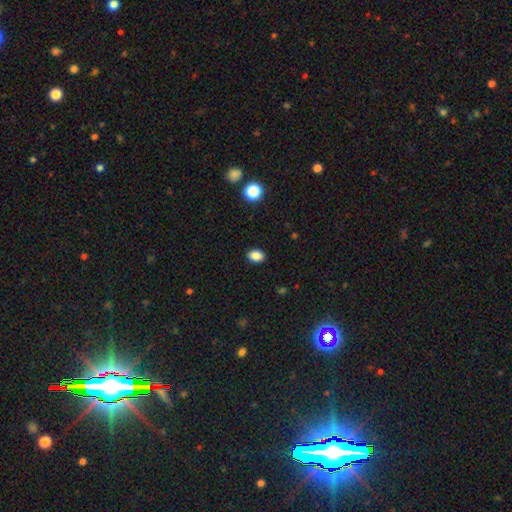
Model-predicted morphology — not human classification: smooth-or-featured: smooth: 87% | star or artifact: 10% | featured or disk: 4%
  how-rounded: in between: 77% | round: 22% | cigar-shaped: 1%
  merging: none: 90% | minor disturbance: 7% | major disturbance: 2% | merger: 1%